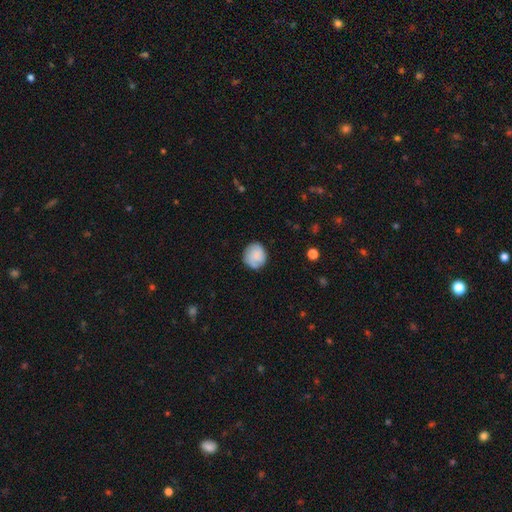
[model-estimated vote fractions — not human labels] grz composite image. It shows a smooth galaxy with no disk features (78%) that is round (83%). Merging: none (77%).